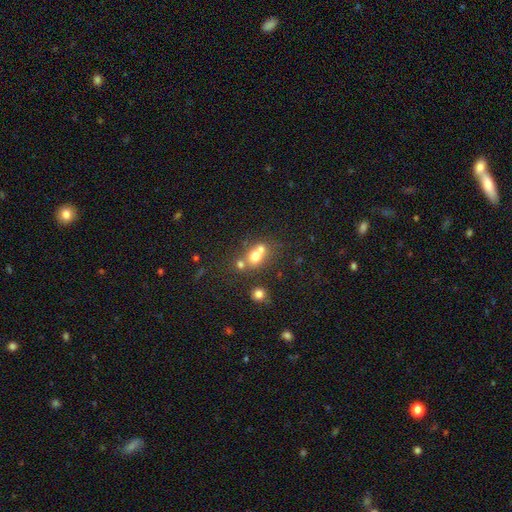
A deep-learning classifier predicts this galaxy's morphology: This is likely a smooth galaxy (65%). How rounded: likely round (63%). Merging: possibly merger (52%).